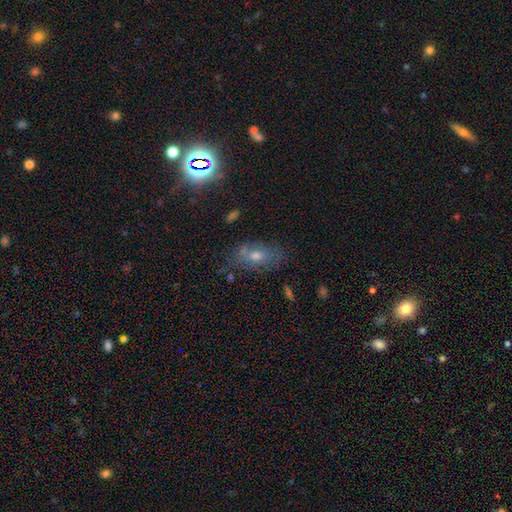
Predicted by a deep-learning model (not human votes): smooth_or_featured: smooth (p=0.39) [alt: featured or disk p=0.34]
merging: none (p=0.67) [alt: minor disturbance p=0.21]